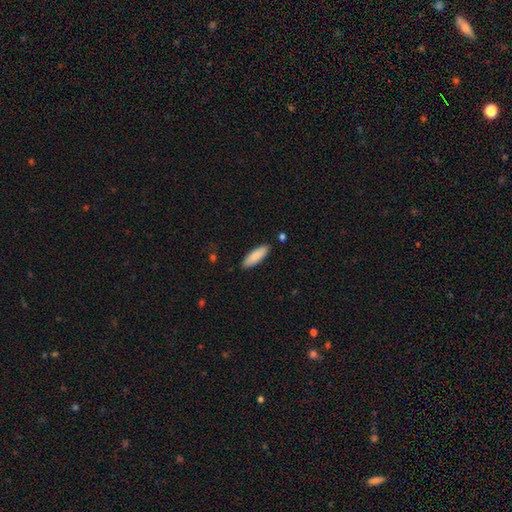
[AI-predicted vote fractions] The model was most divided on "how rounded": in between: 55%, cigar-shaped: 44%, round: 1%. More confident: smooth or featured — smooth (88%); merging — none (88%).